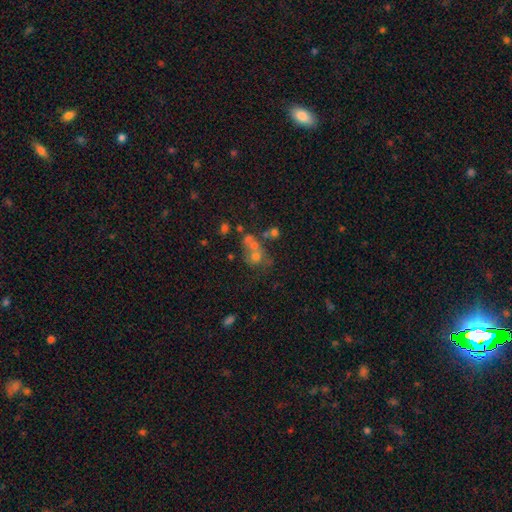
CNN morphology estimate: smooth-or-featured: smooth: 42% | featured or disk: 30% | star or artifact: 28%
  merging: merger: 43% | none: 37% | minor disturbance: 10% | major disturbance: 10%